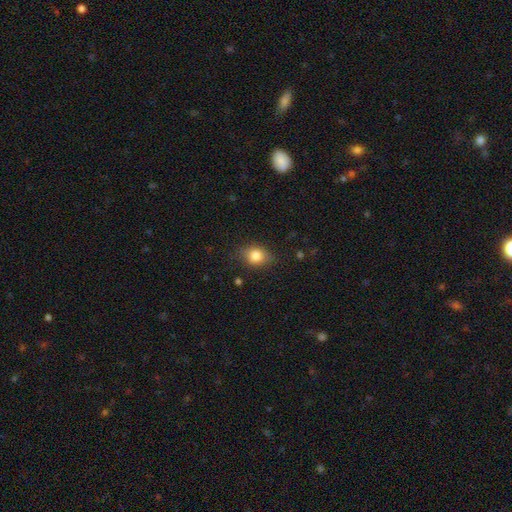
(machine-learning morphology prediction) Smooth or featured? smooth (81%)
How rounded? in between (50%)
Merging? none (77%)